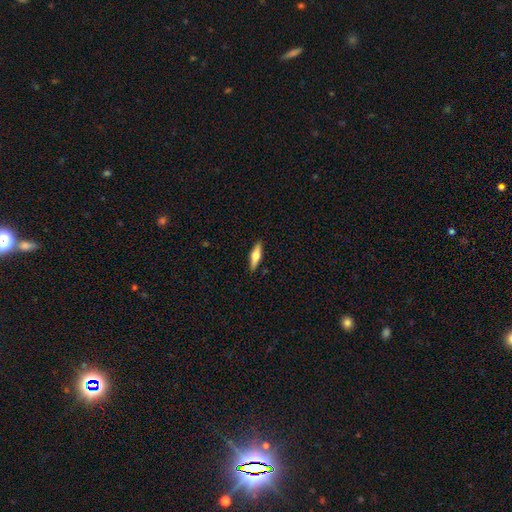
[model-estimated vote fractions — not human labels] The model was most divided on "smooth or featured": smooth: 50%, featured or disk: 44%, star or artifact: 6%. More confident: merging — none (89%); how rounded — cigar-shaped (61%).